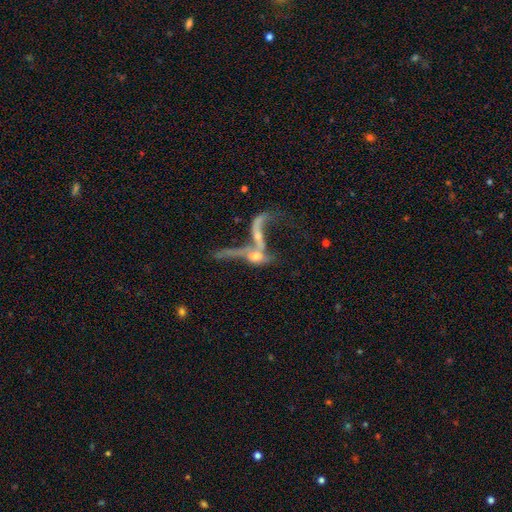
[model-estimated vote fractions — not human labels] Smooth or featured: featured or disk — 68% (smooth — 18%)
Edge-on disk: no — 71% (yes — 29%)
Merging: merger — 58% (major disturbance — 21%)